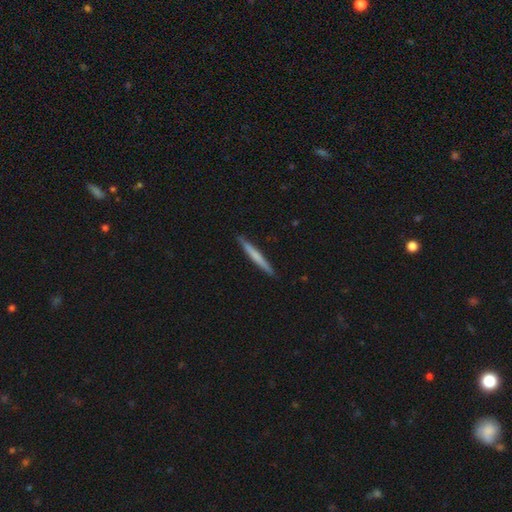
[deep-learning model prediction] Morphology: type=smooth (58%); roundness=cigar-shaped (97%); merging=none (91%).